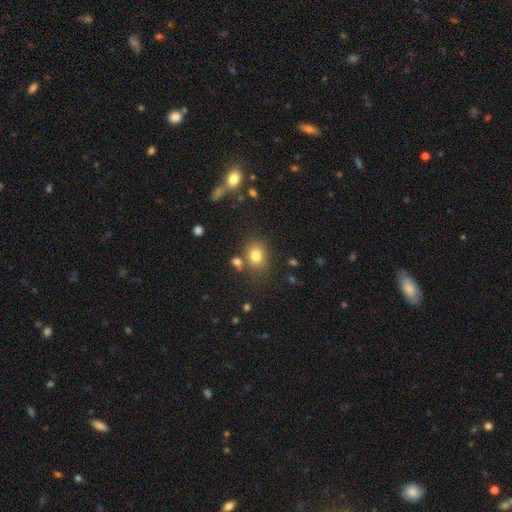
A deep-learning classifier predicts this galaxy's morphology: This is likely a smooth galaxy (79%). How rounded: possibly round (52%). Merging: likely none (71%).